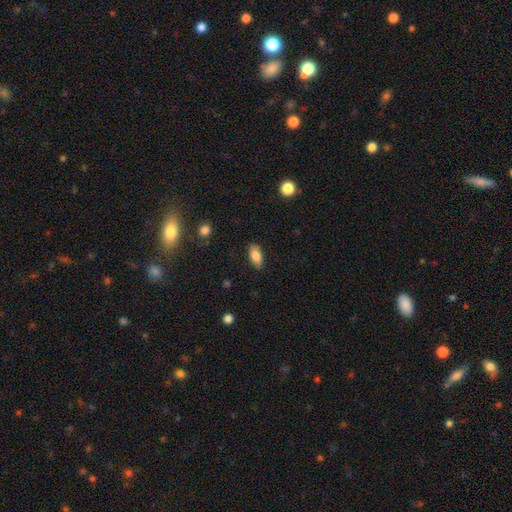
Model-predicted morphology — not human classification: Smooth or featured?
  - smooth: 82% *
  - featured or disk: 10%
  - star or artifact: 7%
How rounded?
  - in between: 87% *
  - cigar-shaped: 10%
  - round: 3%
Merging?
  - none: 86% *
  - minor disturbance: 11%
  - major disturbance: 2%
  - merger: 1%